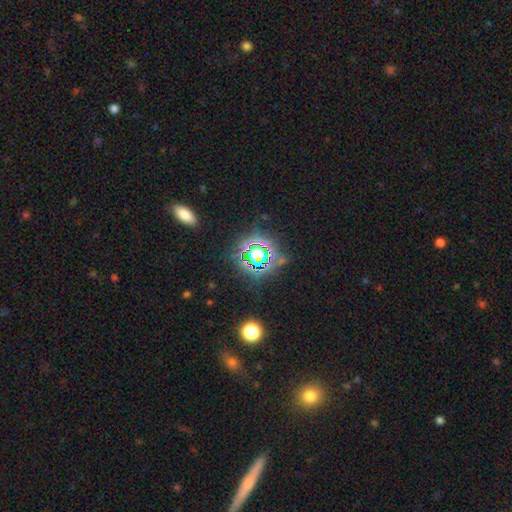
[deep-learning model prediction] Smooth or featured: star or artifact — 74% (smooth — 17%)